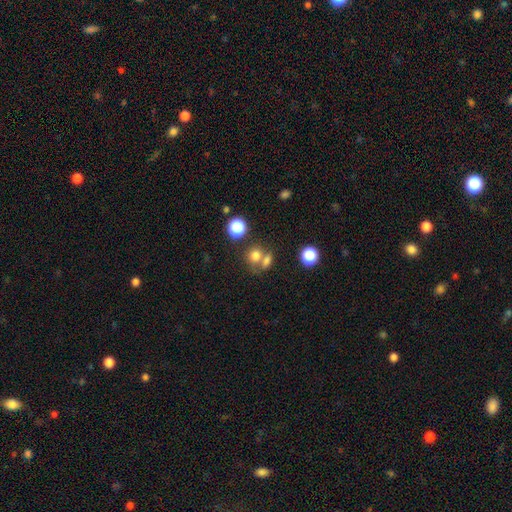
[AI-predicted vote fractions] Smooth or featured?
  - smooth: 75% *
  - star or artifact: 15%
  - featured or disk: 10%
How rounded?
  - round: 70% *
  - in between: 29%
  - cigar-shaped: 1%
Merging?
  - none: 46% *
  - merger: 41%
  - minor disturbance: 9%
  - major disturbance: 5%